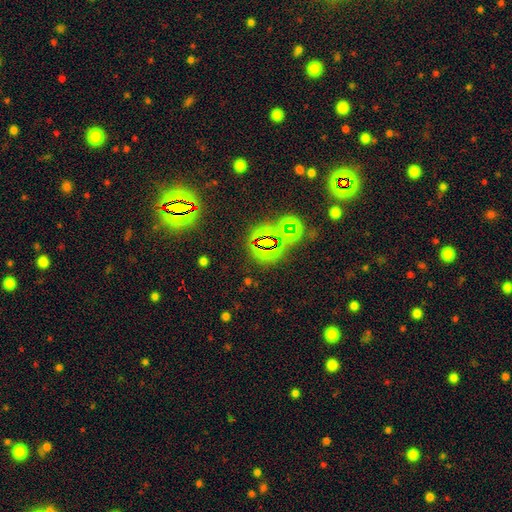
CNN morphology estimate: This appears to be a star or artifact, not a galaxy (73%).